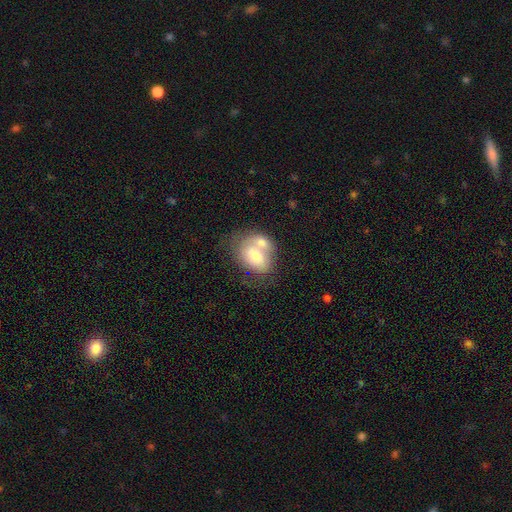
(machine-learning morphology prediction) A smooth galaxy with no disk features (62%) that is in between round and cigar-shaped (69%).

Vote fractions:
- Smooth or featured? smooth: 62% / featured or disk: 31% / star or artifact: 7%
- How rounded? in between: 69% / round: 30% / cigar-shaped: 1%
- Merging? merger: 57% / none: 23% / minor disturbance: 12% / major disturbance: 7%